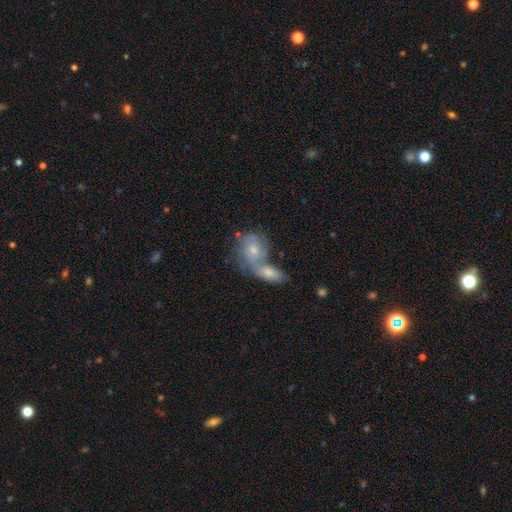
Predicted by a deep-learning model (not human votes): featured or disk 54%, smooth 31%, star or artifact 16%. Down the decision tree: edge-on disk — no (93%); merging — merger (52%).